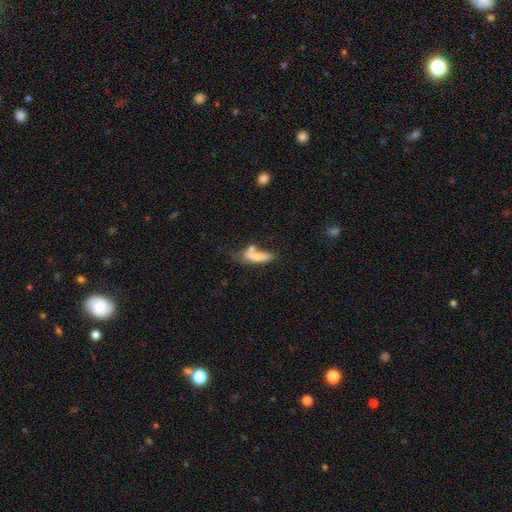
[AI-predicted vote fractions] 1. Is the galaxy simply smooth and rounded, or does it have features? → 70% smooth, 22% featured or disk, 8% star or artifact.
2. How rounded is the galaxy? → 49% in between, 48% cigar-shaped, 3% round.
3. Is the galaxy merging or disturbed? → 35% merger, 33% none, 19% minor disturbance, 13% major disturbance.